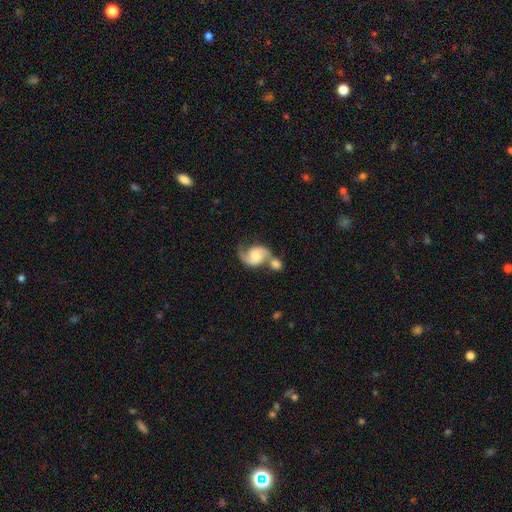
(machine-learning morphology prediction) This is clearly a featured or disk galaxy (84%). It is clearly not viewed edge-on (98%). Bar: possibly no (53%). Spiral arm pattern: clearly yes (96%). Spiral arm count: clearly 2 (89%). Spiral winding: possibly medium (49%). Central bulge: possibly moderate (48%). Merging: possibly merger (51%).